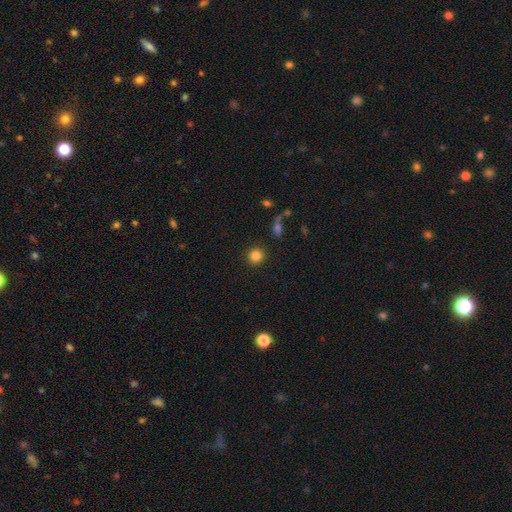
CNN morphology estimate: This is clearly a smooth galaxy (84%). How rounded: clearly round (91%). Merging: clearly none (90%).